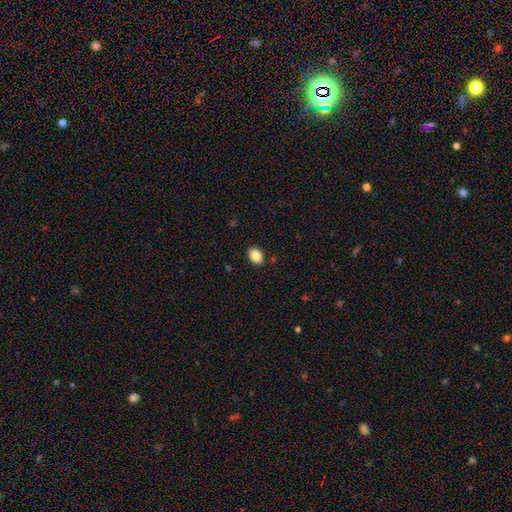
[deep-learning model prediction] smooth_or_featured: smooth (p=0.87) [alt: star or artifact p=0.09]
how_rounded: in between (p=0.73) [alt: round p=0.26]
merging: none (p=0.89) [alt: minor disturbance p=0.08]